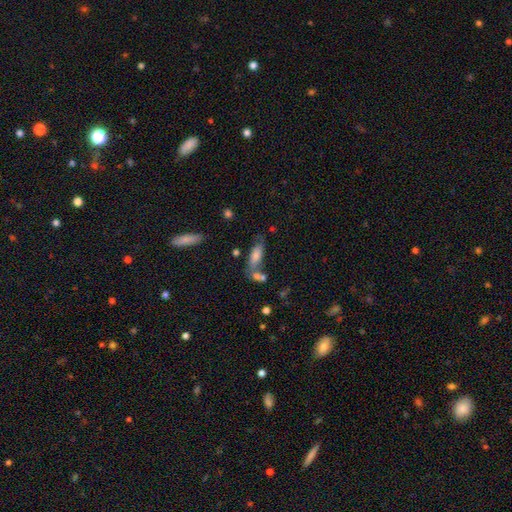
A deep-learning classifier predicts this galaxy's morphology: Smooth or featured: smooth — 65% (featured or disk — 26%)
How rounded: in between — 60% (cigar-shaped — 37%)
Merging: none — 50% (merger — 24%)